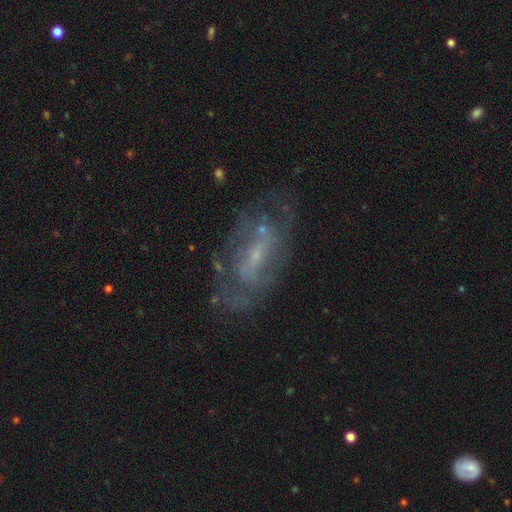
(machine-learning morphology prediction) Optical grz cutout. It shows a featured or disk galaxy (74%) with a weak bar (44%), spiral arms (65%) and a small central bulge (66%). Merging: none (63%).